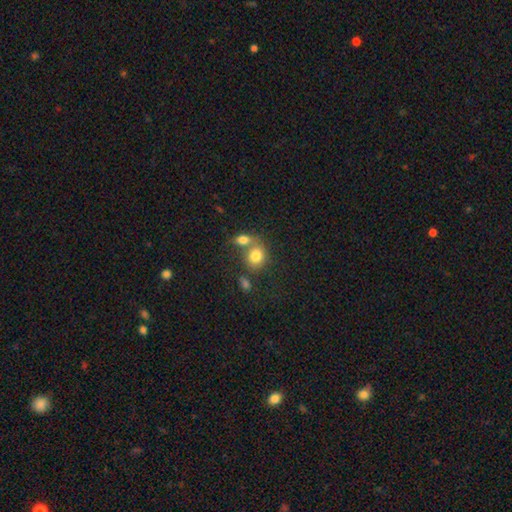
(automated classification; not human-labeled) Overall: smooth (80%). How rounded: round (56%; in between 43%). Merging: merger (49%; none 36%).